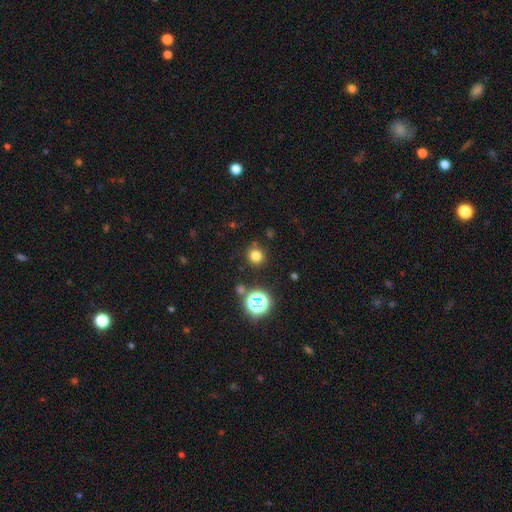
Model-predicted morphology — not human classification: This is likely a smooth galaxy (74%). How rounded: clearly round (90%). Merging: clearly none (85%).